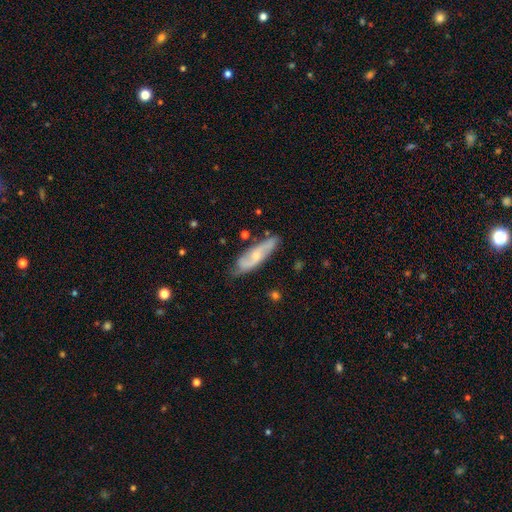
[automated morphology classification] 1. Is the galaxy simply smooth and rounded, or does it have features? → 60% featured or disk, 33% smooth, 6% star or artifact.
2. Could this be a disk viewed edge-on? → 76% no, 24% yes.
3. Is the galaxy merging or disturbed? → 74% none, 20% minor disturbance, 4% major disturbance, 2% merger.